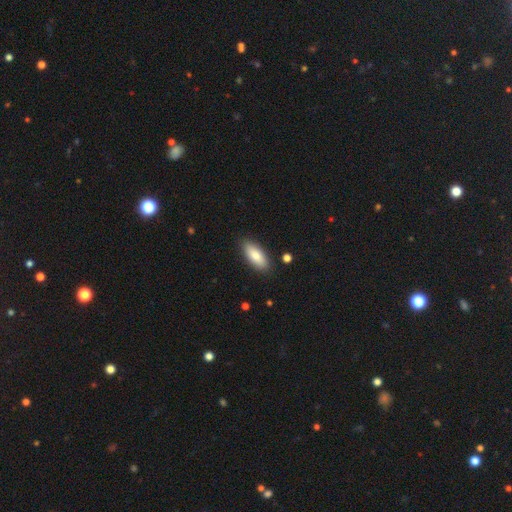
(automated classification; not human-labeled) A smooth galaxy with no disk features (82%) that is in between round and cigar-shaped (81%). Merging: none (87%).